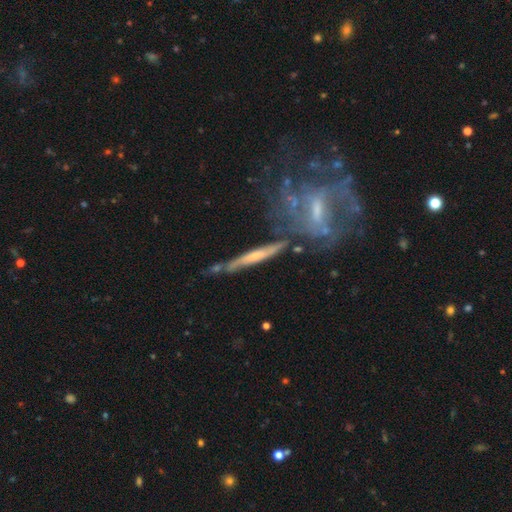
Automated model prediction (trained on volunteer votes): featured or disk 66%, smooth 27%, star or artifact 8%. Down the decision tree: edge-on disk — yes (80%); edge-on bulge — none (51%); merging — none (63%).